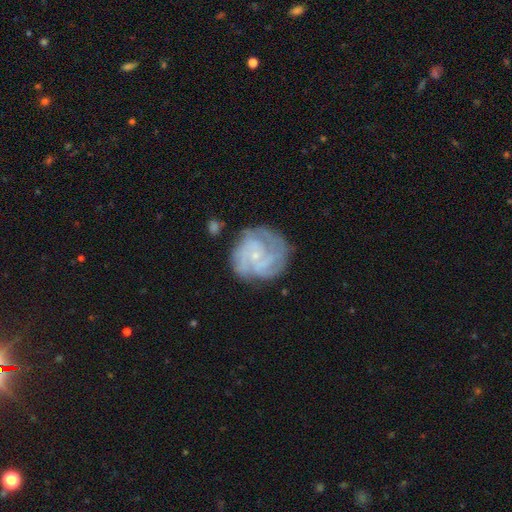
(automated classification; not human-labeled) A featured or disk galaxy (82%) with no bar (71%), 3 (33%) tight (60%) spiral arms (95%) and a small central bulge (81%). Merging: none (71%).